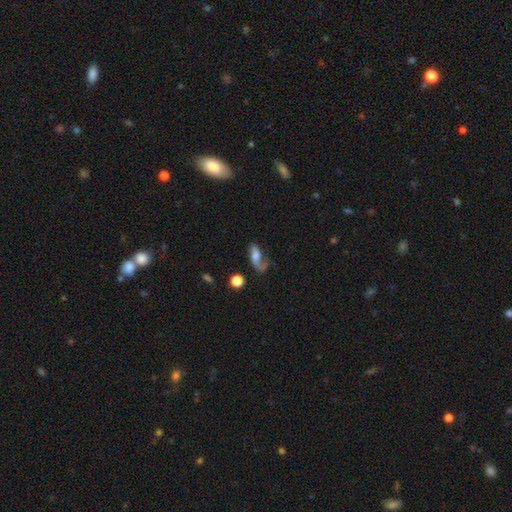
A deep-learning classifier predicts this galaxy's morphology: This is possibly a featured or disk galaxy (58%). It is clearly not viewed edge-on (89%). Bar: likely no (63%). Spiral arm pattern: clearly yes (84%). Central bulge: marginally moderate (40%). Merging: marginally none (38%).